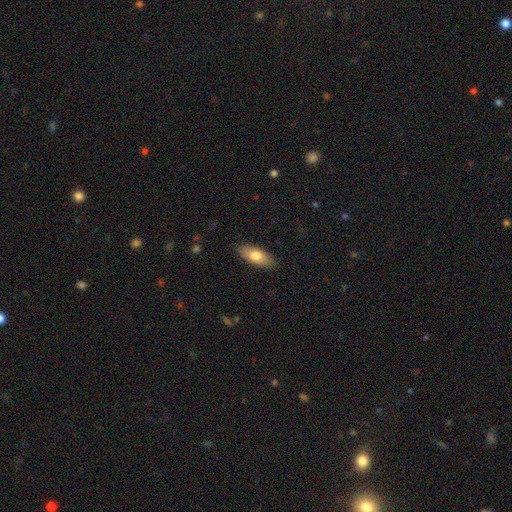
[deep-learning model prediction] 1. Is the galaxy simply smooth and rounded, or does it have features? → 74% smooth, 20% featured or disk, 6% star or artifact.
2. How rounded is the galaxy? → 77% in between, 21% cigar-shaped, 2% round.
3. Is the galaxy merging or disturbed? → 87% none, 10% minor disturbance, 2% major disturbance, 1% merger.